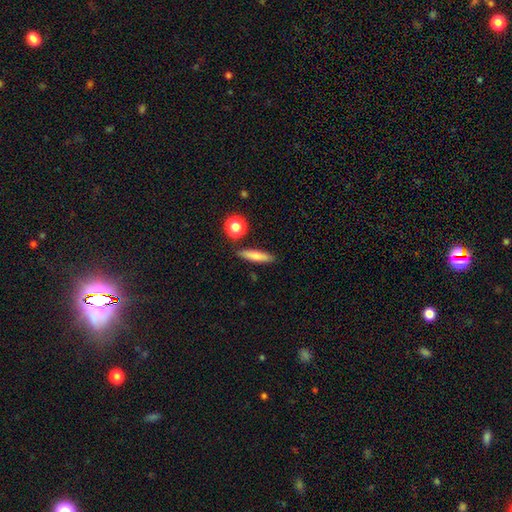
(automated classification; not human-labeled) Overall: smooth (75%). How rounded: cigar-shaped (78%). Merging: none (84%).